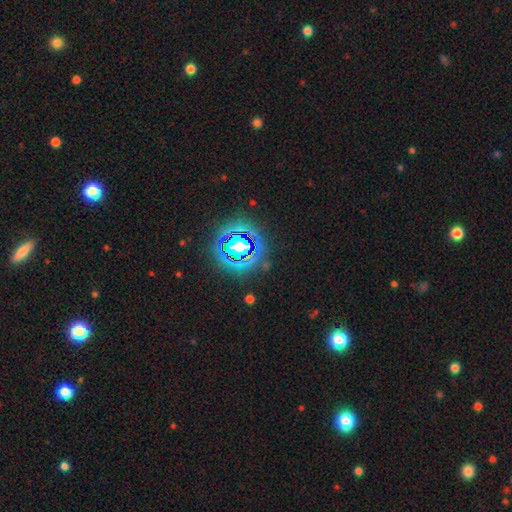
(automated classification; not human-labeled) smooth_or_featured: star or artifact (p=0.80) [alt: smooth p=0.12]